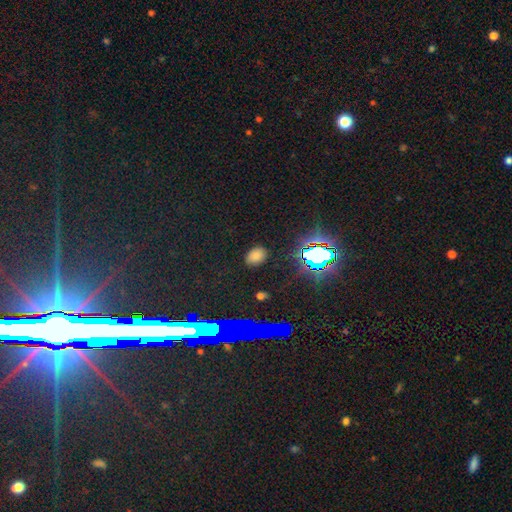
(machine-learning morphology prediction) Smooth or featured? smooth (70%)
How rounded? in between (77%)
Merging? none (86%)